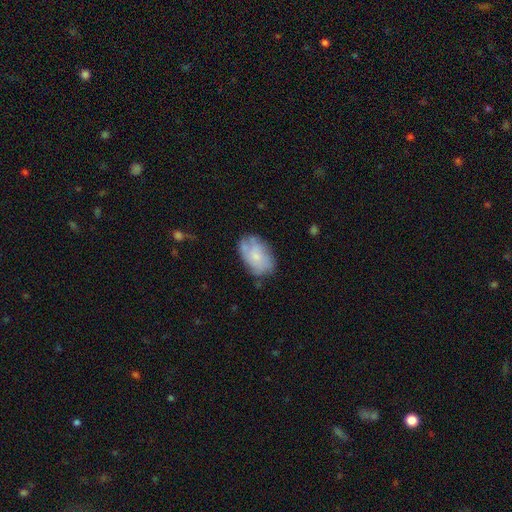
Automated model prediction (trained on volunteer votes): This appears to be a smooth galaxy with no disk features (59%) that is in between round and cigar-shaped (89%). Merging: none (60%).